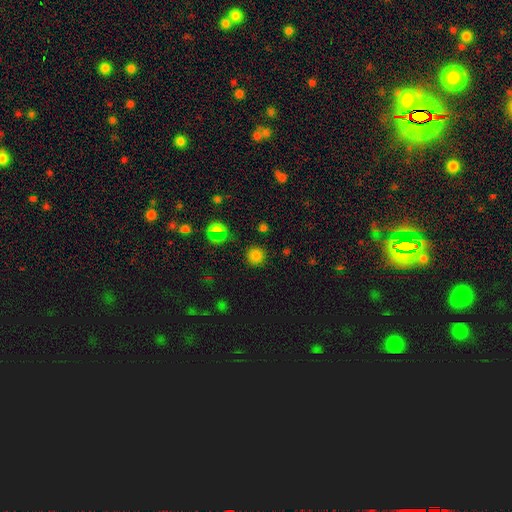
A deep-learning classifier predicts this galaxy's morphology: Q: Smooth or featured?
A: smooth (75%); runner-up: star or artifact (21%)
Q: How rounded?
A: round (94%); runner-up: in between (5%)
Q: Merging?
A: none (87%); runner-up: minor disturbance (8%)